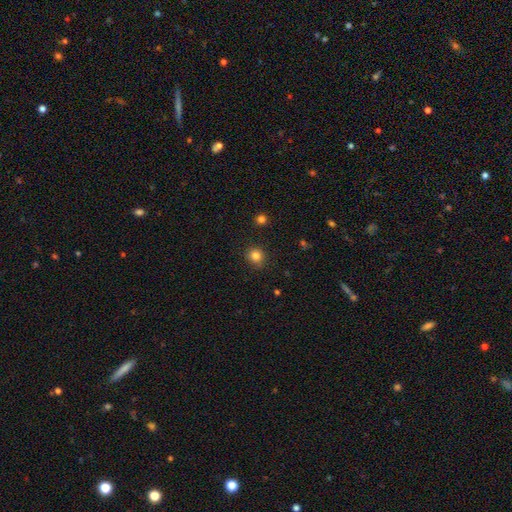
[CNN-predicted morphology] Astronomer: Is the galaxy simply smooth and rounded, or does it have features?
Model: smooth — 83%.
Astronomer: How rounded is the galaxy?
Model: round — 88%.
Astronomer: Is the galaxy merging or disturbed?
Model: none — 88%.